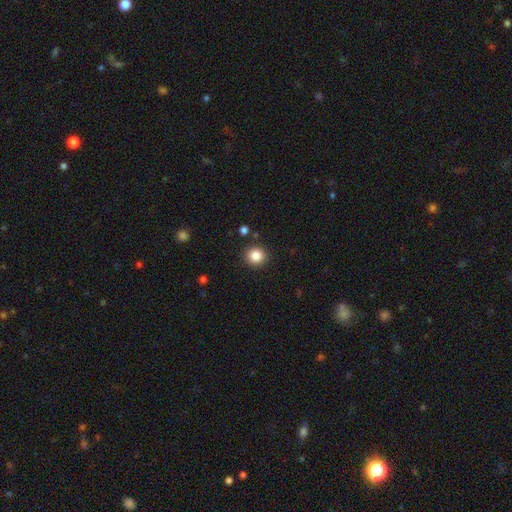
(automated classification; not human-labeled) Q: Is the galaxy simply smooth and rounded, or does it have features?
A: smooth — 85%.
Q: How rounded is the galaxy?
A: round — 89%.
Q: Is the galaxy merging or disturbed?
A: none — 89%.